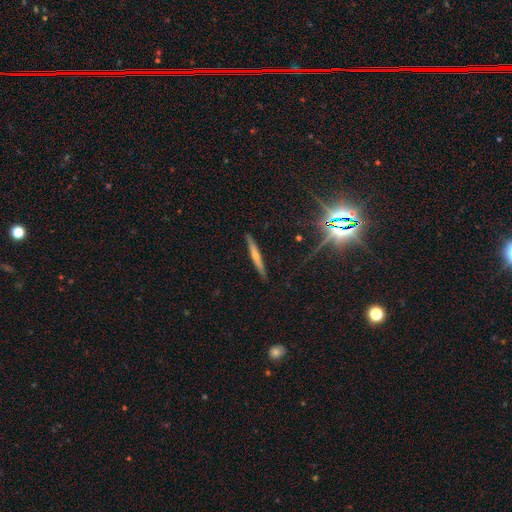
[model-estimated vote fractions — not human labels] Smooth or featured: smooth — 51% (featured or disk — 39%)
How rounded: cigar-shaped — 95% (in between — 3%)
Merging: none — 88% (minor disturbance — 9%)